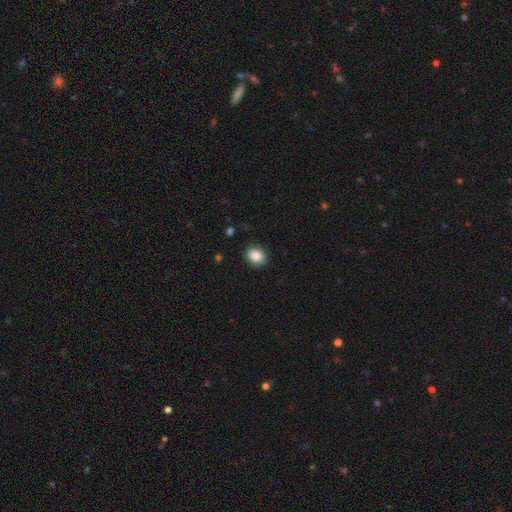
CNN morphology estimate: Smooth or featured? Predicted: smooth (p=0.88). How rounded? Predicted: in between (p=0.62). Merging? Predicted: none (p=0.87).